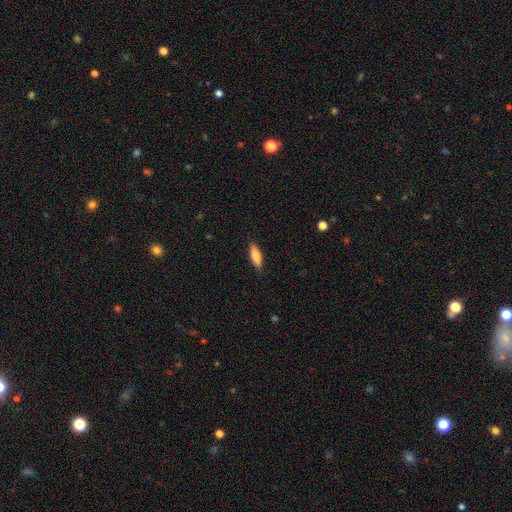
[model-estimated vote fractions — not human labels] smooth 75%, featured or disk 19%, star or artifact 6%. Down the decision tree: how rounded — in between (51%); merging — none (87%).